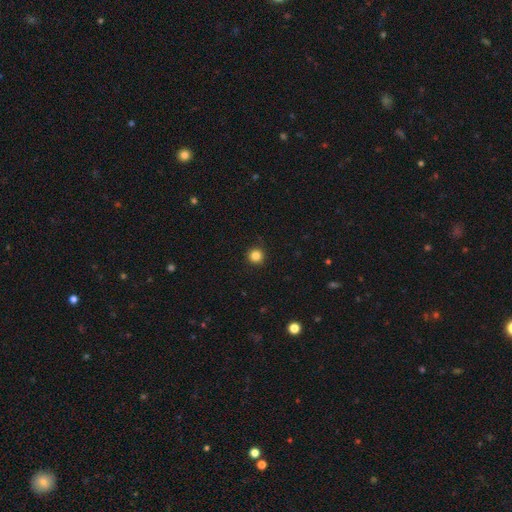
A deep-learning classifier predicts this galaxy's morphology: Smooth or featured? Predicted: smooth (p=0.84). How rounded? Predicted: round (p=0.96). Merging? Predicted: none (p=0.92).